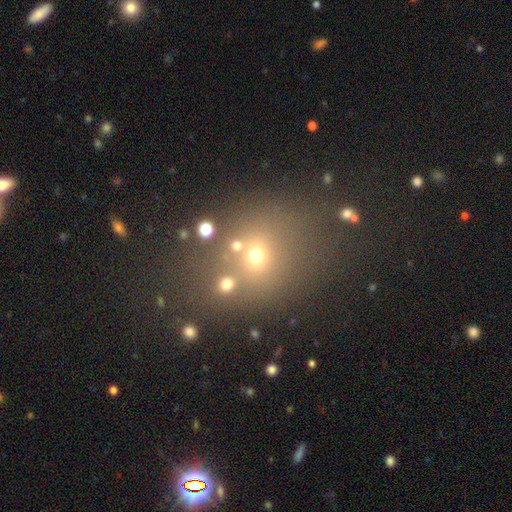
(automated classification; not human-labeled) Smooth or featured?
  - smooth: 57% *
  - star or artifact: 29%
  - featured or disk: 14%
How rounded?
  - round: 66% *
  - in between: 32%
  - cigar-shaped: 2%
Merging?
  - none: 66% *
  - merger: 15%
  - minor disturbance: 12%
  - major disturbance: 7%